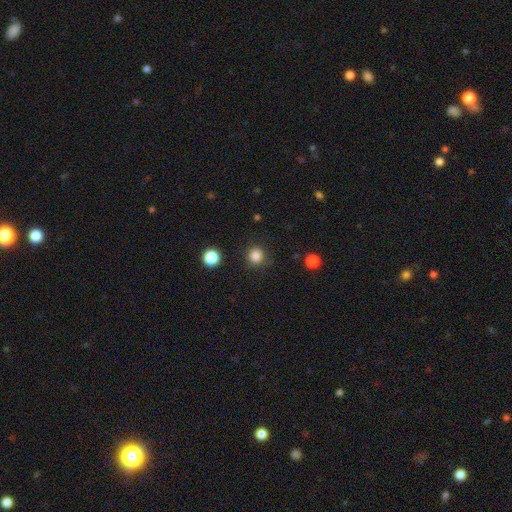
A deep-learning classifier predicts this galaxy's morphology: A smooth galaxy with no disk features (84%) that is round (94%).

Vote fractions:
- Smooth or featured? smooth: 84% / star or artifact: 12% / featured or disk: 3%
- How rounded? round: 94% / in between: 6% / cigar-shaped: 1%
- Merging? none: 87% / minor disturbance: 8% / major disturbance: 3% / merger: 2%